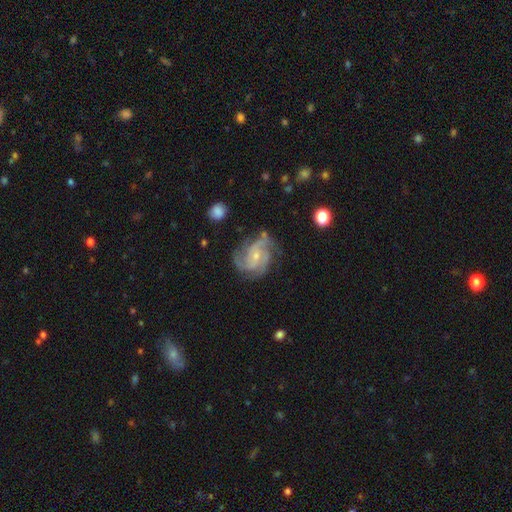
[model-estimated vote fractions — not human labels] Q: Smooth or featured?
A: featured or disk (86%); runner-up: smooth (8%)
Q: Edge-on disk?
A: no (98%); runner-up: yes (2%)
Q: Bar?
A: no (52%); runner-up: weak (39%)
Q: Spiral arms?
A: yes (97%); runner-up: no (3%)
Q: Spiral winding?
A: medium (48%); runner-up: tight (40%)
Q: Spiral arm count?
A: 3 (47%); runner-up: 2 (19%)
Q: Bulge size?
A: small (65%); runner-up: moderate (30%)
Q: Merging?
A: none (64%); runner-up: minor disturbance (22%)